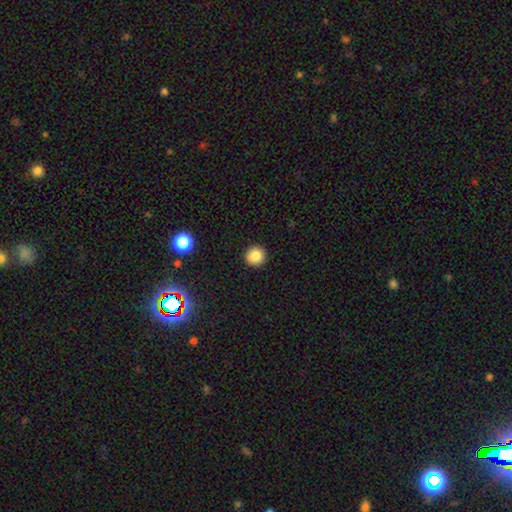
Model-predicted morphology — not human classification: Smooth or featured? Predicted: smooth (p=0.85). How rounded? Predicted: round (p=0.95). Merging? Predicted: none (p=0.92).